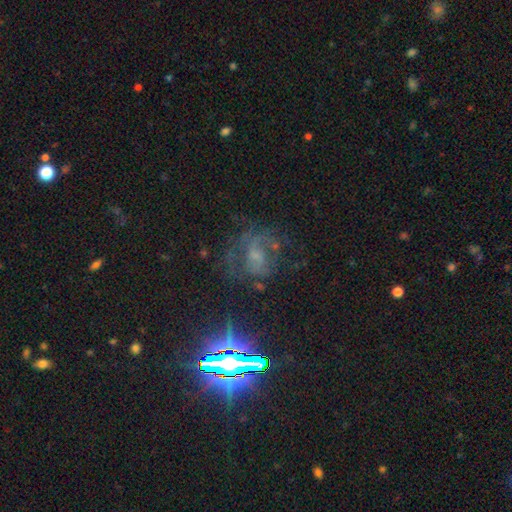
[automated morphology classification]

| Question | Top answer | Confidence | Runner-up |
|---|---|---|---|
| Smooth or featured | featured or disk | 44% | star or artifact (36%) |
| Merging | none | 53% | major disturbance (26%) |